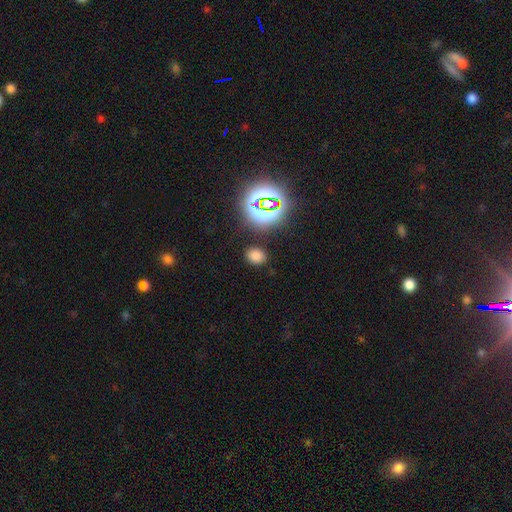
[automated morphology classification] Smooth or featured: smooth — 71% (star or artifact — 24%)
How rounded: in between — 57% (round — 41%)
Merging: none — 85% (minor disturbance — 9%)